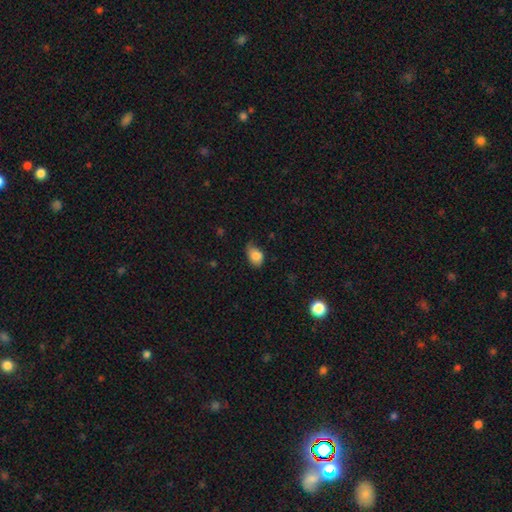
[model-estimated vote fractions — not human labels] This is clearly a smooth galaxy (82%). How rounded: clearly in between (83%). Merging: possibly none (48%).